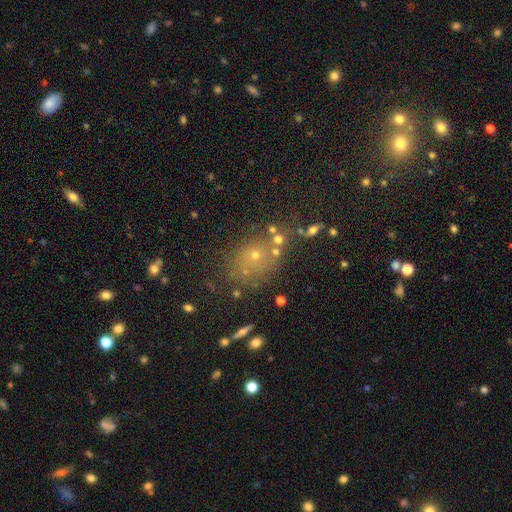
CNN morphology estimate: smooth 50%, star or artifact 33%, featured or disk 17%. Down the decision tree: merging — none (67%).